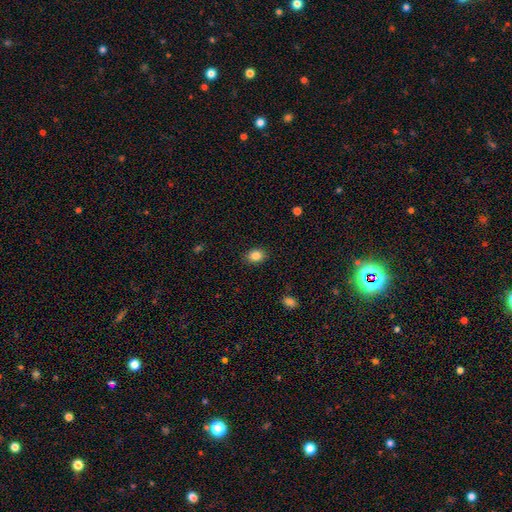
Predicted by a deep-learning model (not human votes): A smooth galaxy with no disk features (85%) that is in between round and cigar-shaped (53%). Merging: none (87%).